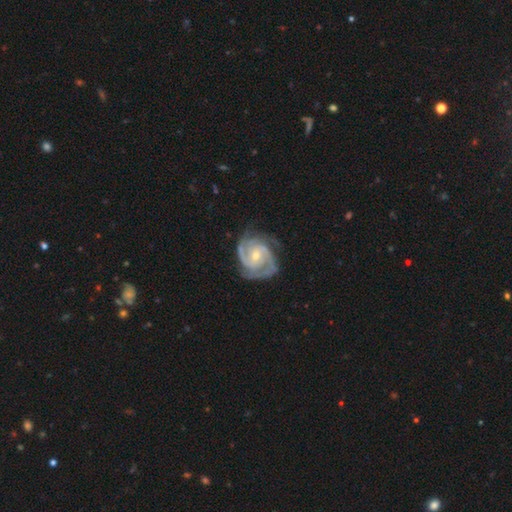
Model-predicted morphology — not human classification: This appears to be a featured or disk galaxy (93%) with no bar (50%), 3 (40%) tight (56%) spiral arms (98%) and a small central bulge (62%). Merging: none (75%).